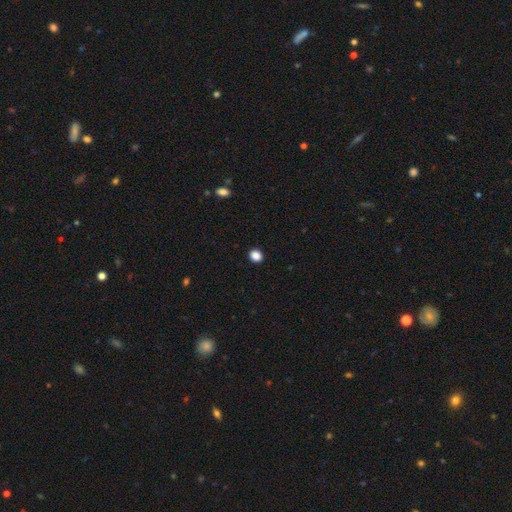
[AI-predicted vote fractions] Morphology: type=smooth (87%); roundness=round (72%); merging=none (92%).